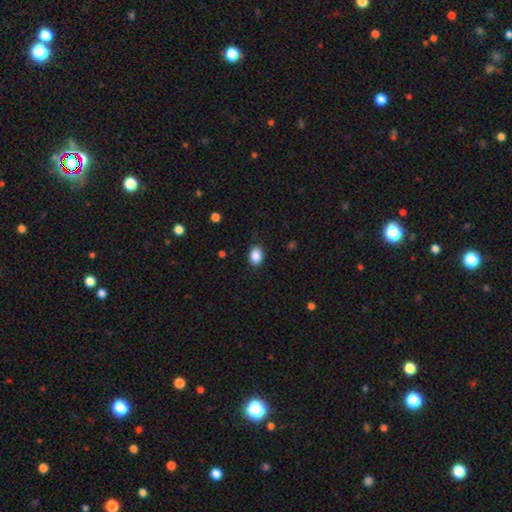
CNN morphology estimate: Overall: smooth (88%). How rounded: in between (77%). Merging: none (87%).